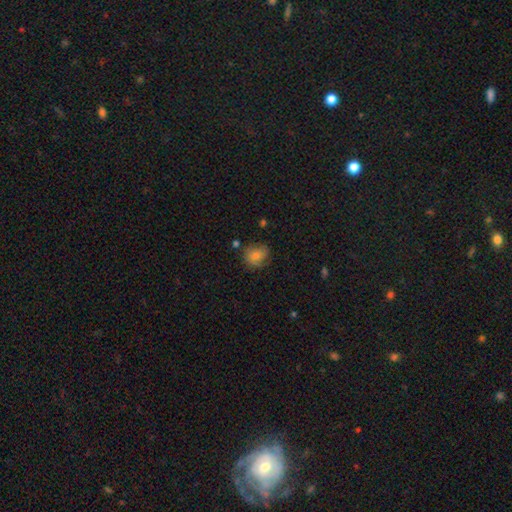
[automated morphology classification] smooth 76%, featured or disk 13%, star or artifact 11%. Down the decision tree: how rounded — round (71%); merging — none (74%).